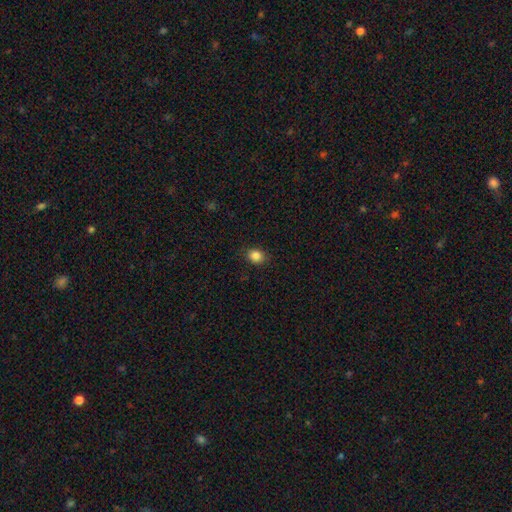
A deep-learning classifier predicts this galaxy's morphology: type=smooth (86%); roundness=round (61%); merging=none (86%).